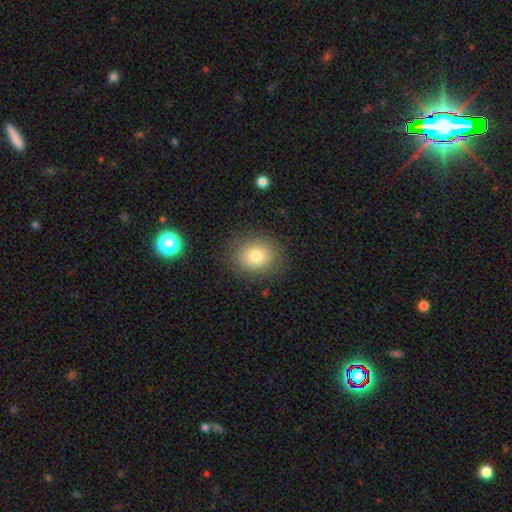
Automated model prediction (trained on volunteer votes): smooth-or-featured: smooth: 77% | featured or disk: 12% | star or artifact: 11%
  how-rounded: round: 71% | in between: 28% | cigar-shaped: 1%
  merging: none: 85% | minor disturbance: 10% | major disturbance: 4% | merger: 1%